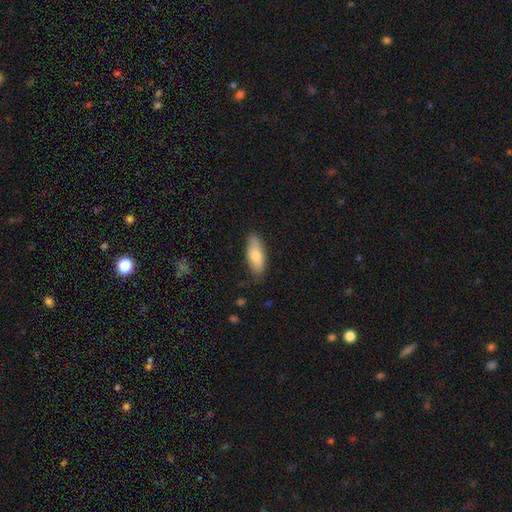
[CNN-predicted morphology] type=smooth (76%); roundness=in between (73%); merging=none (80%).